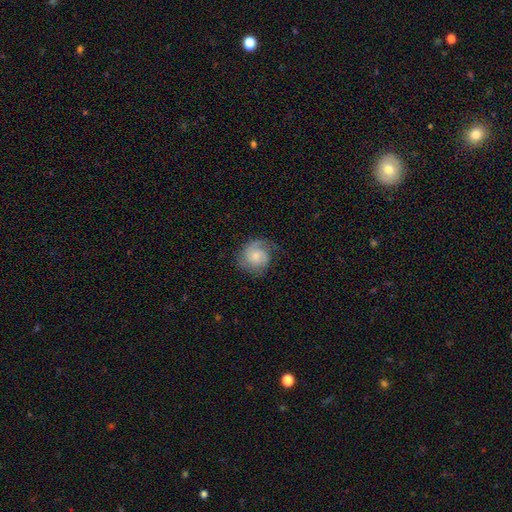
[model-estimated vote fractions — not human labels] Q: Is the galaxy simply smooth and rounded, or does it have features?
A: featured or disk — 61%.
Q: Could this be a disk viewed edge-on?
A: no — 98%.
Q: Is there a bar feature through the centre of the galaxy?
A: no — 74%.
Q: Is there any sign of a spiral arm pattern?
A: yes — 91%.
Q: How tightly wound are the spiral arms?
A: tight — 41%.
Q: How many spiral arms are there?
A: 1 — 47%.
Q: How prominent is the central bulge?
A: small — 53%.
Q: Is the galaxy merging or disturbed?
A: none — 64%.